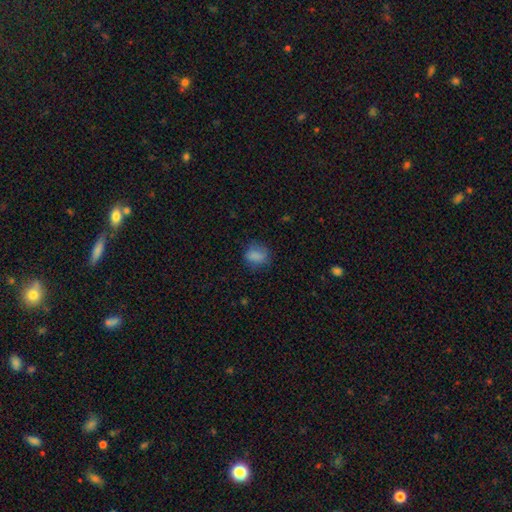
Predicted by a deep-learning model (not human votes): Smooth or featured: smooth — 81% (star or artifact — 11%)
How rounded: in between — 49% (tied with round — 49%)
Merging: none — 70% (minor disturbance — 21%)